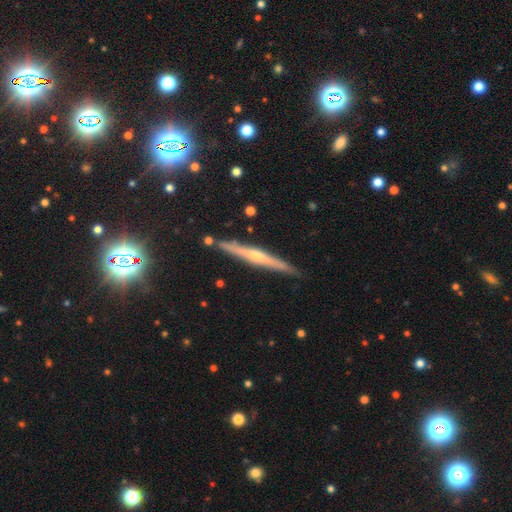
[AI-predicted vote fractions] Smooth or featured? Predicted: featured or disk (p=0.75). Edge-on disk? Predicted: yes (p=0.97). Edge-on bulge? Predicted: rounded (p=0.77). Merging? Predicted: none (p=0.89).